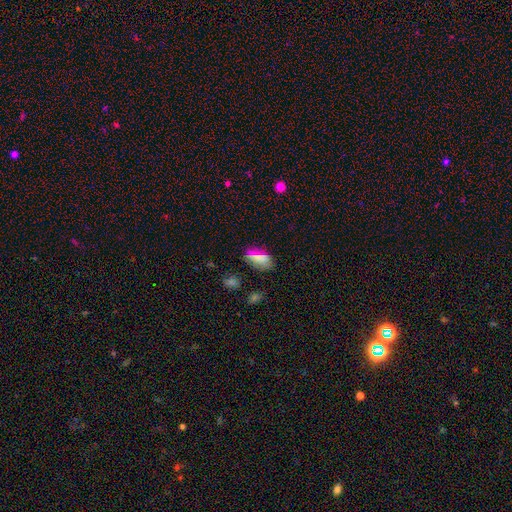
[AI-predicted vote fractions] This is likely a smooth galaxy (62%). How rounded: likely in between (73%). Merging: likely none (76%).